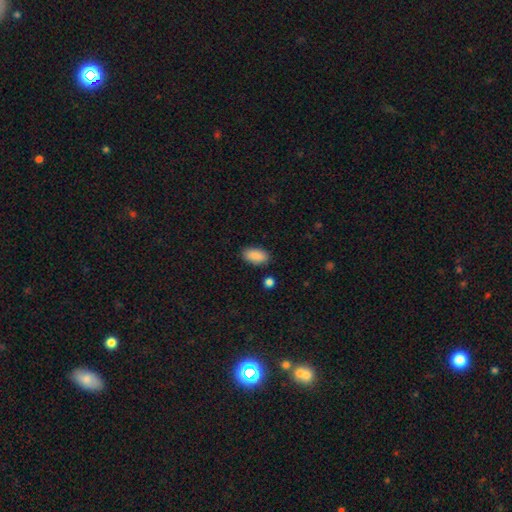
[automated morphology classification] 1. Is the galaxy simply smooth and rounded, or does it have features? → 90% smooth, 7% star or artifact, 4% featured or disk.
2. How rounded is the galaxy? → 93% in between, 4% cigar-shaped, 3% round.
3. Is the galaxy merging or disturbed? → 86% none, 9% minor disturbance, 2% major disturbance, 2% merger.